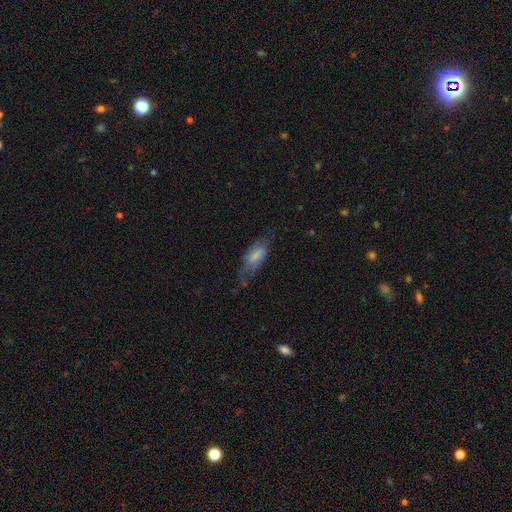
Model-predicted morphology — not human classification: This appears to be a smooth galaxy with no disk features (60%) that is in between round and cigar-shaped (80%). Merging: none (46%).